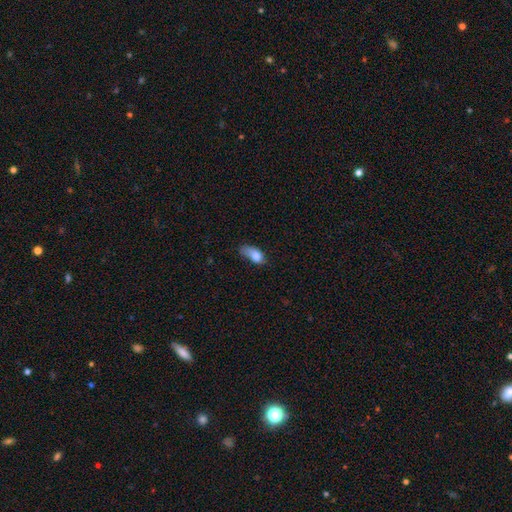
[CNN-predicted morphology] Smooth or featured? Predicted: smooth (p=0.78). How rounded? Predicted: in between (p=0.86). Merging? Predicted: minor disturbance (p=0.39).